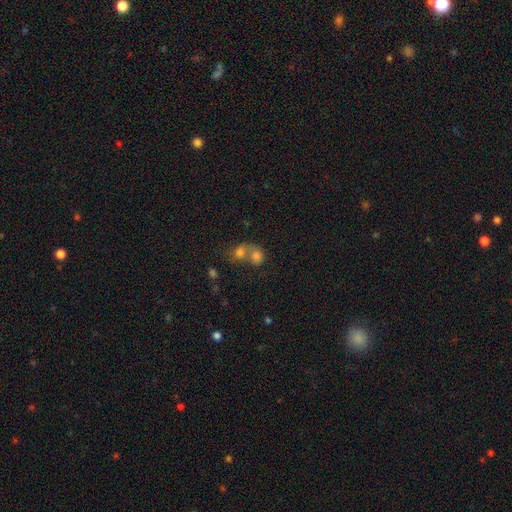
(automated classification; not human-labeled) Smooth or featured: smooth — 72% (featured or disk — 15%)
How rounded: round — 66% (in between — 32%)
Merging: merger — 68% (none — 22%)